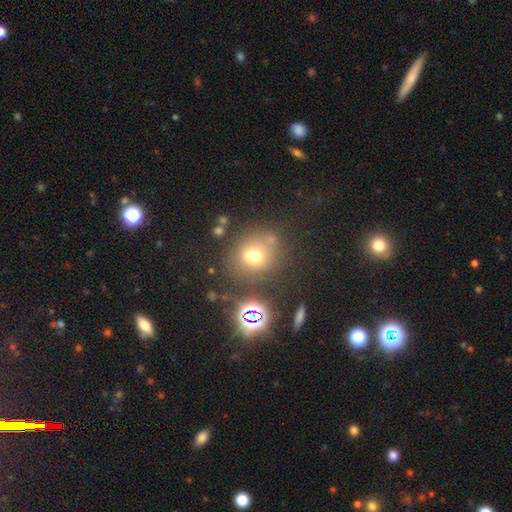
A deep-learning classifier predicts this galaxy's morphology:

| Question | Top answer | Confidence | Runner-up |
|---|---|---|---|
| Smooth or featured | smooth | 60% | star or artifact (20%) |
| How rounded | round | 77% | in between (22%) |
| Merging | none | 48% | merger (33%) |